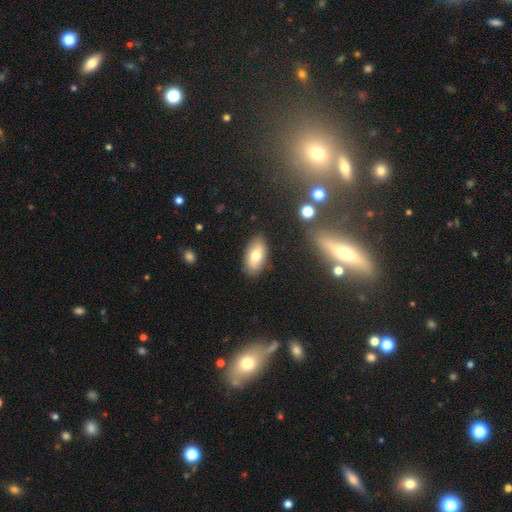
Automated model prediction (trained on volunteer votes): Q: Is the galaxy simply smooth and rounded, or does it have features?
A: smooth — 73%.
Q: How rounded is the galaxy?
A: in between — 93%.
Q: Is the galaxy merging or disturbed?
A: none — 84%.